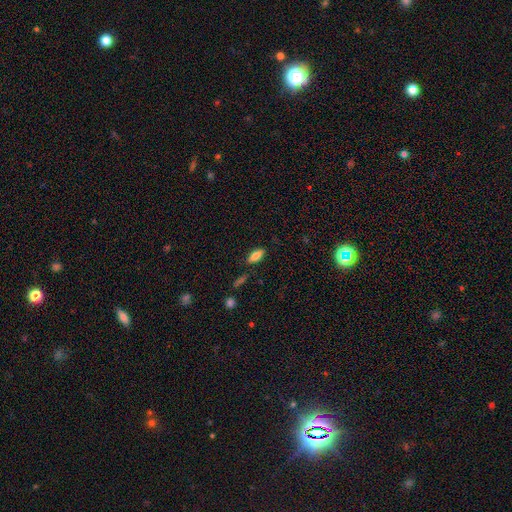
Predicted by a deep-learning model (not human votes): Q: Smooth or featured?
A: smooth (79%); runner-up: featured or disk (13%)
Q: How rounded?
A: in between (78%); runner-up: cigar-shaped (20%)
Q: Merging?
A: none (80%); runner-up: minor disturbance (13%)